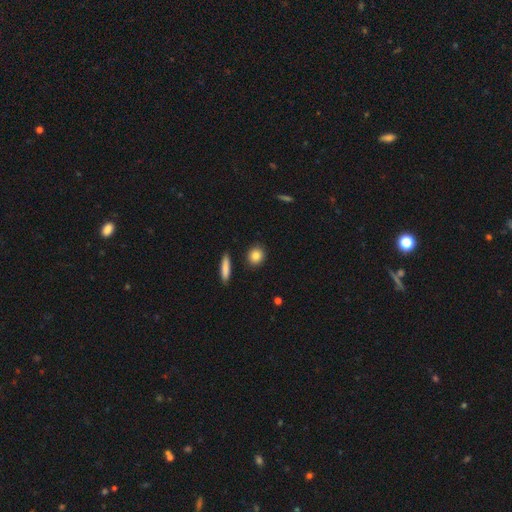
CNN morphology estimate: Smooth or featured? smooth (85%)
How rounded? round (71%)
Merging? none (89%)